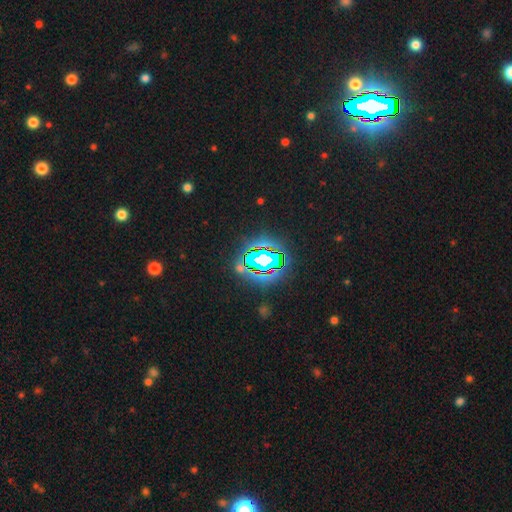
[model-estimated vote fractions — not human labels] This appears to be a star or artifact, not a galaxy (83%).